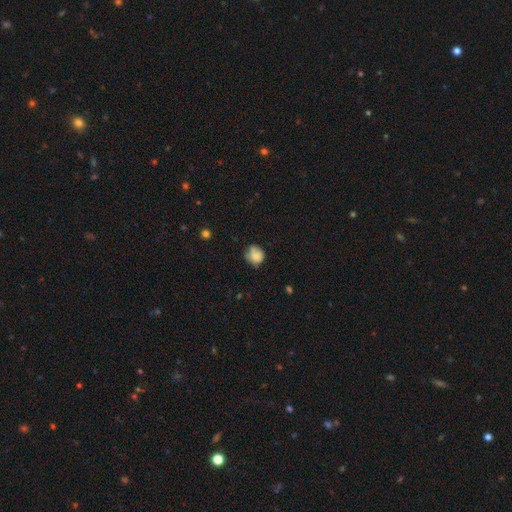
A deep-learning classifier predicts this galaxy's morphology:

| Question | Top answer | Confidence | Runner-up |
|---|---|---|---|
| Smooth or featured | smooth | 73% | featured or disk (17%) |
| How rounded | round | 71% | in between (28%) |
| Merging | none | 49% | minor disturbance (33%) |